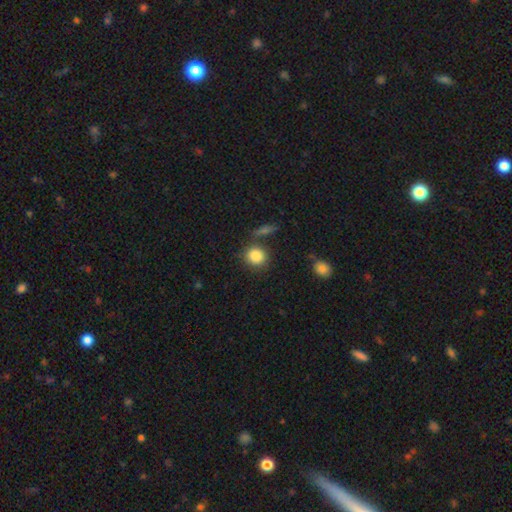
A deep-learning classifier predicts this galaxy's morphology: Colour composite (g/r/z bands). It shows a smooth galaxy with no disk features (86%) that is round (82%). Merging: none (75%).